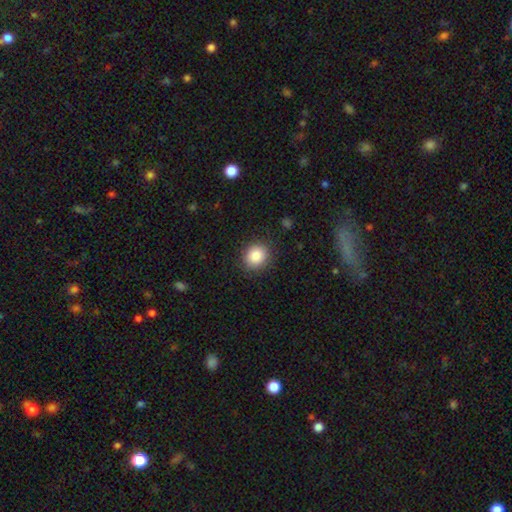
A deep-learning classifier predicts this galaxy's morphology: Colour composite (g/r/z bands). It shows a smooth galaxy with no disk features (87%) that is round (74%). Merging: none (87%).